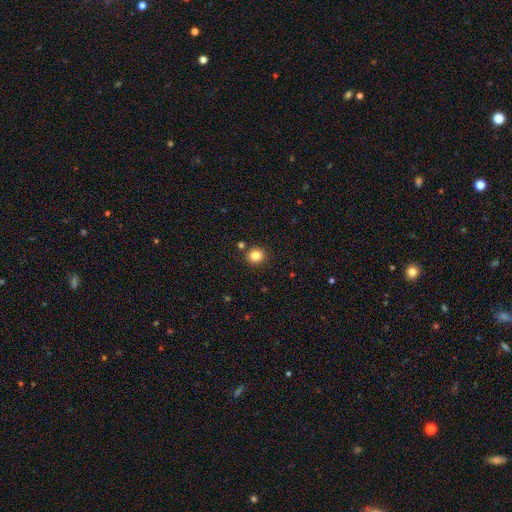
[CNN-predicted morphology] smooth-or-featured: smooth: 83% | star or artifact: 12% | featured or disk: 5%
  how-rounded: round: 89% | in between: 10% | cigar-shaped: 1%
  merging: none: 87% | minor disturbance: 6% | merger: 4% | major disturbance: 2%